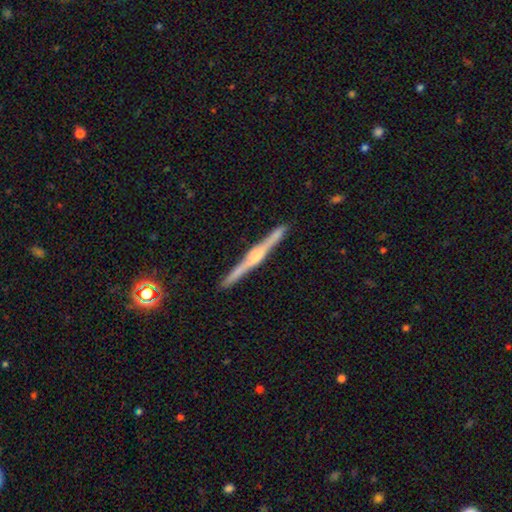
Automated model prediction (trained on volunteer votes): A featured or disk galaxy (83%) viewed edge-on (99%) with a rounded central bulge (77%).

Vote fractions:
- Smooth or featured? featured or disk: 83% / smooth: 12% / star or artifact: 6%
- Edge-on disk? yes: 99% / no: 1%
- Edge-on bulge? rounded: 77% / boxy: 16% / none: 7%
- Merging? none: 92% / minor disturbance: 5% / merger: 1% / major disturbance: 1%